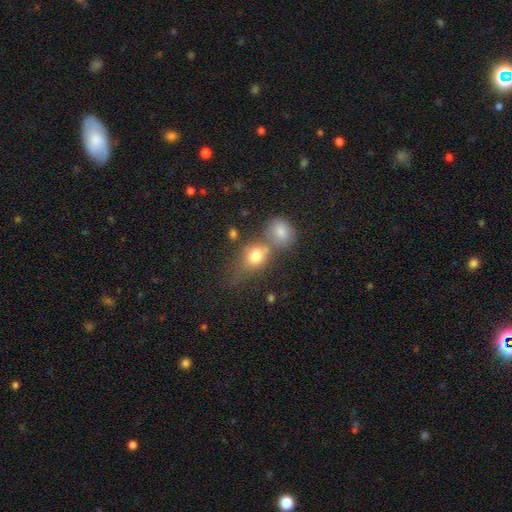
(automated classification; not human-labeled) This appears to be a smooth galaxy with no disk features (76%) that is in between round and cigar-shaped (51%). Merging: merger (44%).